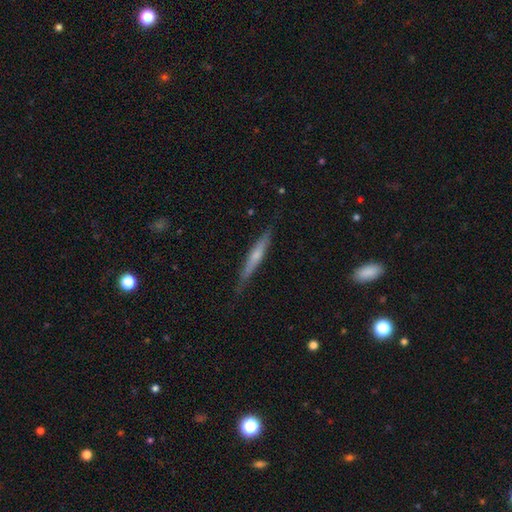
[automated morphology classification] Q: Smooth or featured?
A: featured or disk (53%); runner-up: smooth (41%)
Q: Edge-on disk?
A: yes (94%); runner-up: no (6%)
Q: Merging?
A: none (81%); runner-up: minor disturbance (15%)